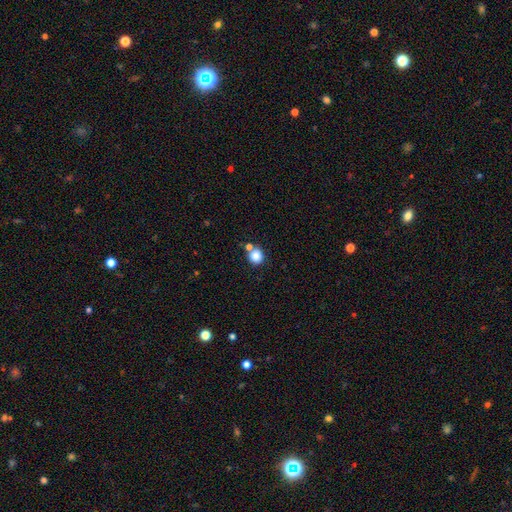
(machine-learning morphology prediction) smooth_or_featured: smooth (p=0.84) [alt: star or artifact p=0.10]
how_rounded: round (p=0.87) [alt: in between p=0.12]
merging: none (p=0.66) [alt: merger p=0.20]